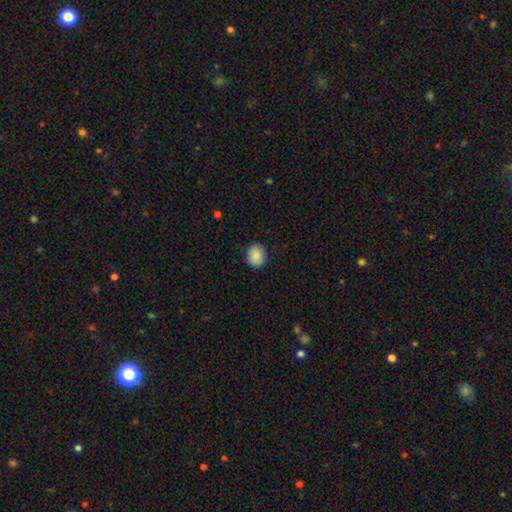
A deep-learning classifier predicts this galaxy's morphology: Smooth or featured: smooth — 88% (star or artifact — 7%)
How rounded: round — 67% (in between — 33%)
Merging: none — 88% (minor disturbance — 9%)